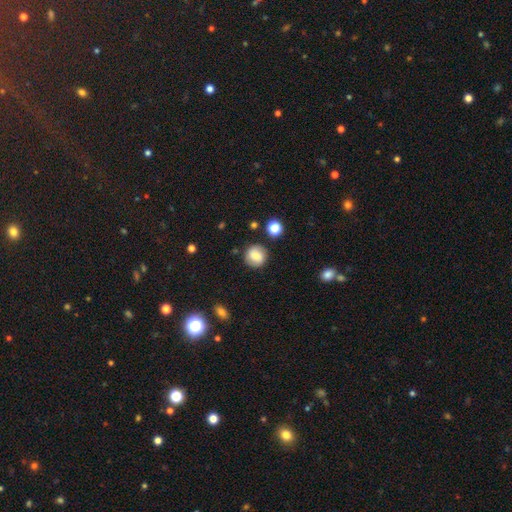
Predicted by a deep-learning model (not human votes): smooth 71%, featured or disk 19%, star or artifact 10%. Down the decision tree: how rounded — round (91%); merging — none (86%).